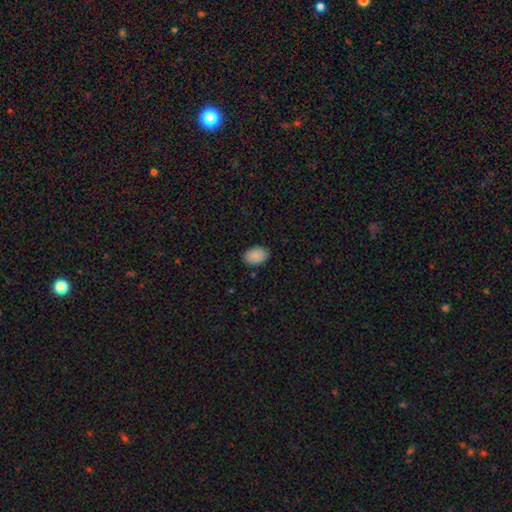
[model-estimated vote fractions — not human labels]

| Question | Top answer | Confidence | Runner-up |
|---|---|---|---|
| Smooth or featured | smooth | 90% | star or artifact (7%) |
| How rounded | in between | 84% | round (15%) |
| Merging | none | 87% | minor disturbance (10%) |